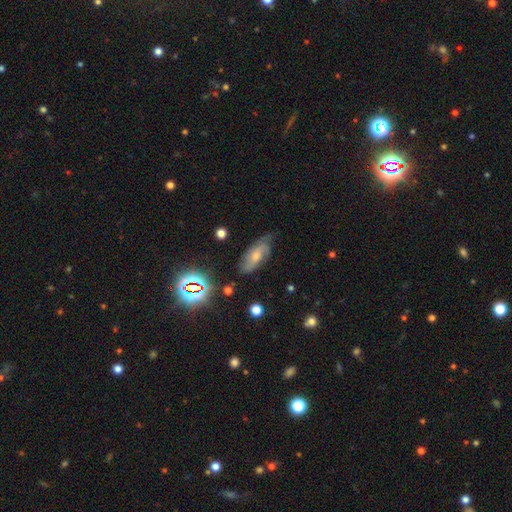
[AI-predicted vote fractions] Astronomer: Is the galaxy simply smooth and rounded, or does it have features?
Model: featured or disk — 54% (runner-up: smooth, 34%).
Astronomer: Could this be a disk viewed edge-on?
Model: no — 87%.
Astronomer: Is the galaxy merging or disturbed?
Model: none — 60%.